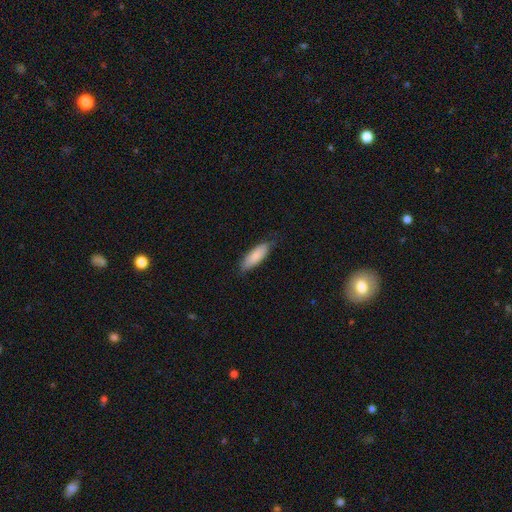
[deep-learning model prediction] Smooth or featured: smooth — 84% (featured or disk — 11%)
How rounded: in between — 65% (cigar-shaped — 34%)
Merging: none — 77% (minor disturbance — 19%)